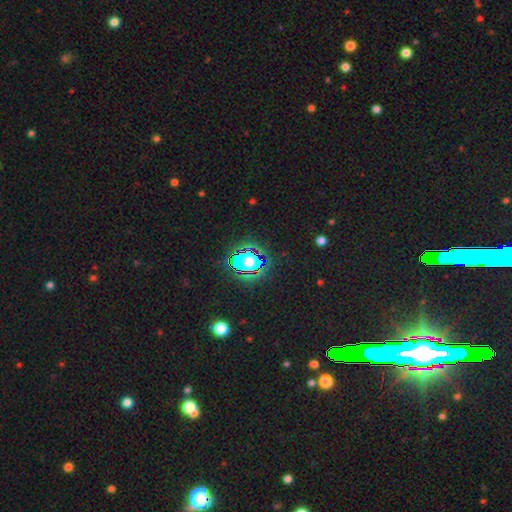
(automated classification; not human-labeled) Q: Smooth or featured?
A: star or artifact (84%); runner-up: smooth (8%)